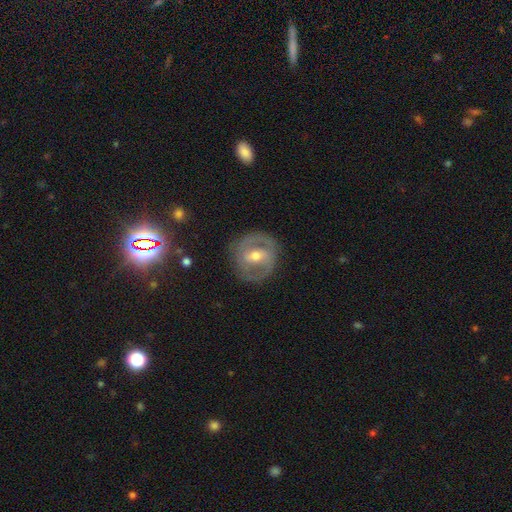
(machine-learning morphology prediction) Q: Smooth or featured?
A: featured or disk (76%); runner-up: smooth (18%)
Q: Edge-on disk?
A: no (95%); runner-up: yes (5%)
Q: Bar?
A: weak (42%); runner-up: strong (40%)
Q: Spiral arms?
A: yes (72%); runner-up: no (28%)
Q: Spiral winding?
A: medium (43%); tied with: tight (43%)
Q: Spiral arm count?
A: 2 (80%); runner-up: can't tell (12%)
Q: Bulge size?
A: moderate (64%); runner-up: small (31%)
Q: Merging?
A: none (81%); runner-up: minor disturbance (12%)